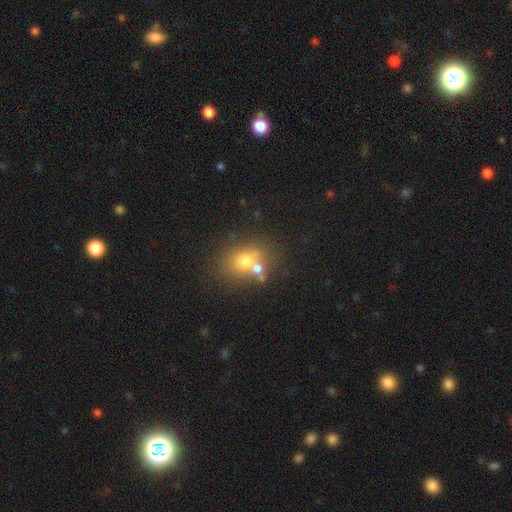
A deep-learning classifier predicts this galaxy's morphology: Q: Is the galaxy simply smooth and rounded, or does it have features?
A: smooth — 61%.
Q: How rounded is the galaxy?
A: round — 62%.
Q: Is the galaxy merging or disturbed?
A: none — 45%.